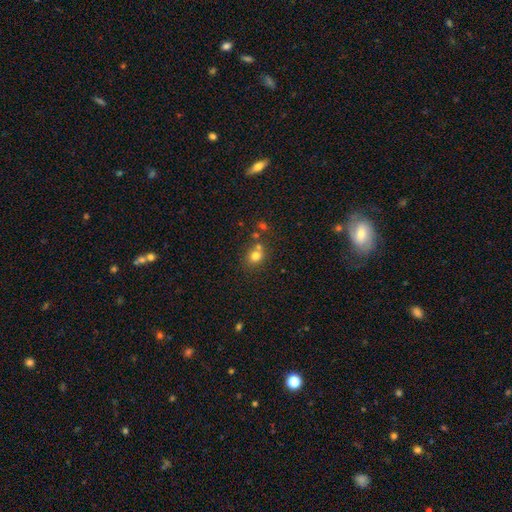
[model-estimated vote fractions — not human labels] smooth-or-featured: smooth: 77% | star or artifact: 14% | featured or disk: 9%
  how-rounded: round: 76% | in between: 23% | cigar-shaped: 1%
  merging: none: 60% | merger: 25% | minor disturbance: 11% | major disturbance: 4%